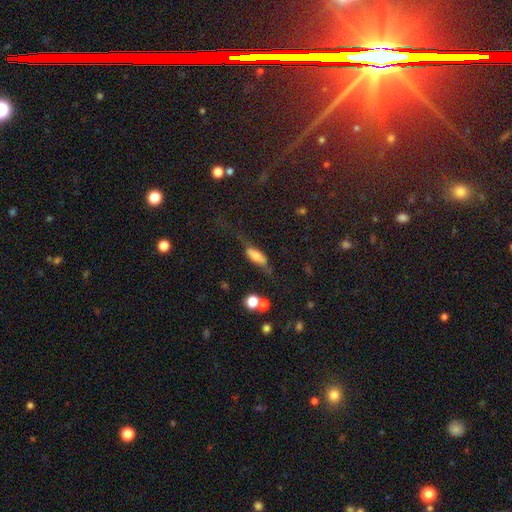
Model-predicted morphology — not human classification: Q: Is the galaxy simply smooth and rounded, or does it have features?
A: smooth — 59%.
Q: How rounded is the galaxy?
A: in between — 61%.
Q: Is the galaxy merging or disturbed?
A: none — 41%.